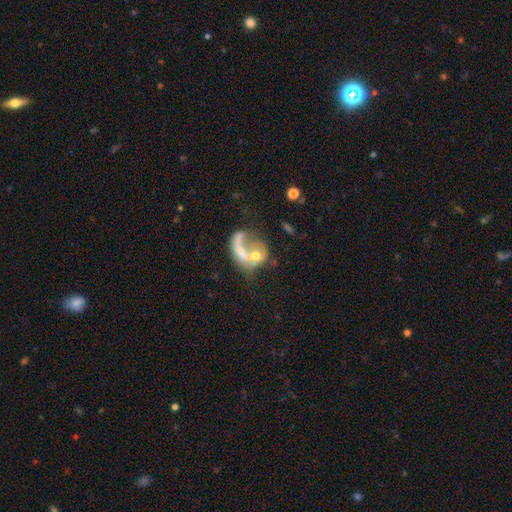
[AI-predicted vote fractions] This appears to be a featured or disk galaxy (55%) with no bar (81%), no spiral arms (70%) and a moderate central bulge (42%). Merging: merger (51%).